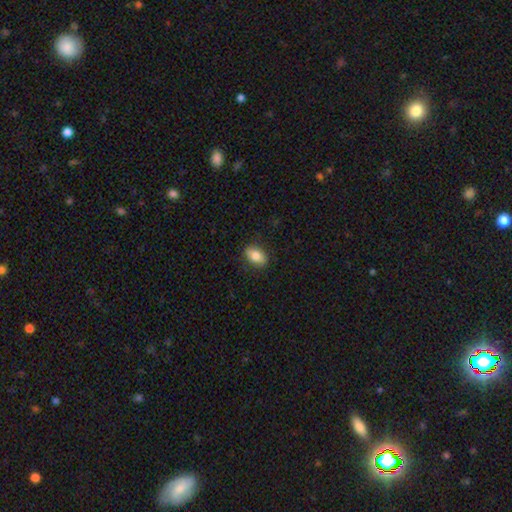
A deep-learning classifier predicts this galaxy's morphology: smooth-or-featured: smooth: 82% | featured or disk: 10% | star or artifact: 8%
  how-rounded: in between: 85% | round: 12% | cigar-shaped: 2%
  merging: none: 86% | minor disturbance: 11% | major disturbance: 2% | merger: 1%